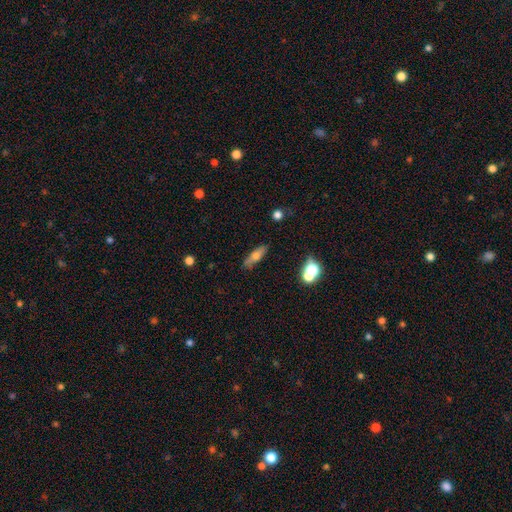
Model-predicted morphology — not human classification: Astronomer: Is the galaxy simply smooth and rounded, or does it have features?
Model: smooth — 59%.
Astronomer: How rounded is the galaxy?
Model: cigar-shaped — 53% (runner-up: in between, 43%).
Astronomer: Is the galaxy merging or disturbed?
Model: none — 82%.